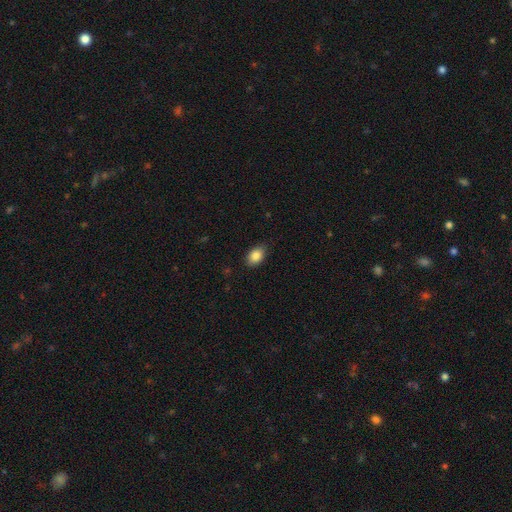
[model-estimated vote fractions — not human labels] Overall: smooth (86%). How rounded: in between (85%). Merging: none (84%).